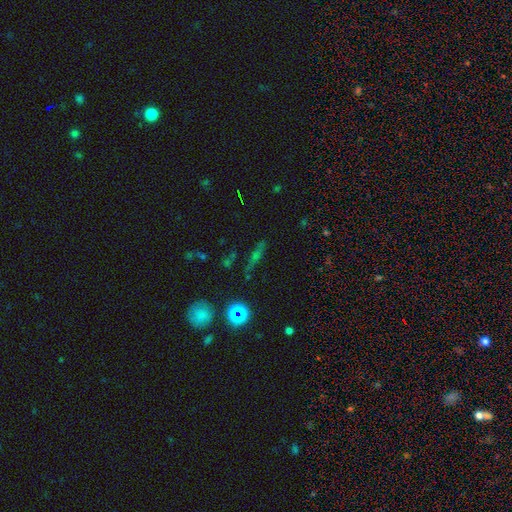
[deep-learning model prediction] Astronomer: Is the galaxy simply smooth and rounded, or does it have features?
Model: featured or disk — 37% (runner-up: star or artifact, 35%).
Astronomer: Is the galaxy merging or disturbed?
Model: none — 83%.